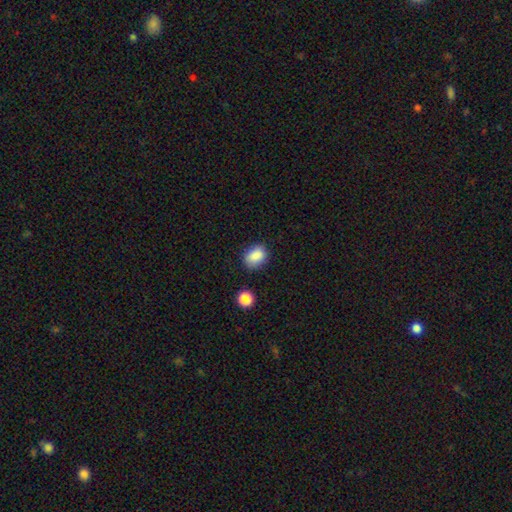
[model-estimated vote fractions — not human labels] Smooth or featured: smooth — 87% (star or artifact — 9%)
How rounded: in between — 63% (round — 36%)
Merging: none — 78% (minor disturbance — 16%)